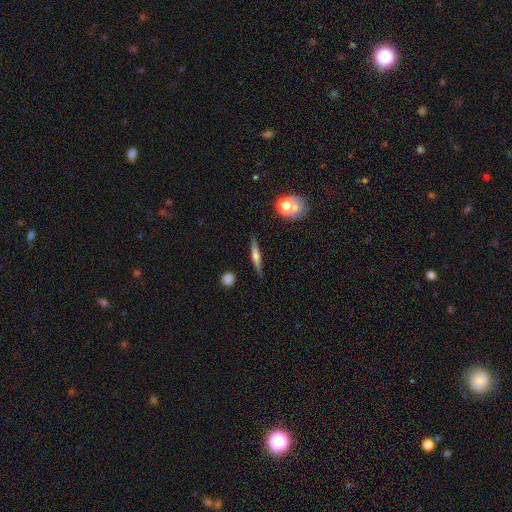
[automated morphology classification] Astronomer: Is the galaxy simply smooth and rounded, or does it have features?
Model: featured or disk — 47% (runner-up: smooth, 45%).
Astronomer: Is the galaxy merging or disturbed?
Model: none — 86%.